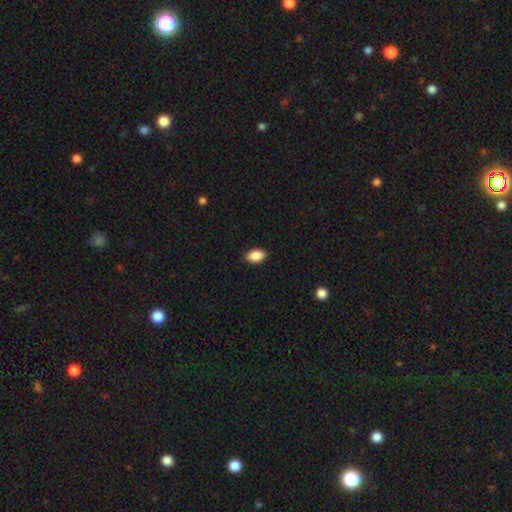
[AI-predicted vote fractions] Overall: smooth (88%). How rounded: in between (90%). Merging: none (89%).